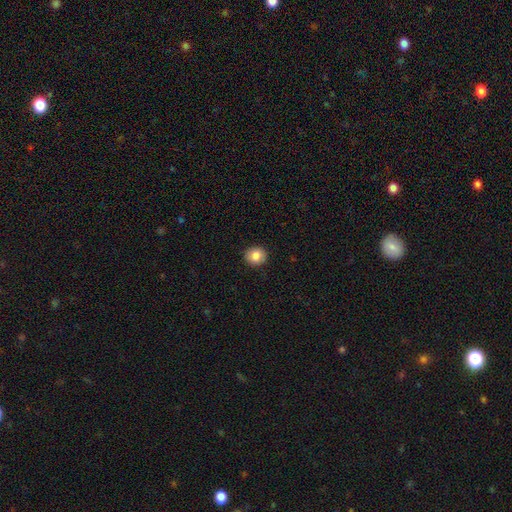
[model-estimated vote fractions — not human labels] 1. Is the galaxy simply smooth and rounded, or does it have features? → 85% smooth, 9% star or artifact, 7% featured or disk.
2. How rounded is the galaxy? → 85% round, 14% in between, 1% cigar-shaped.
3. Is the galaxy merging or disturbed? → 91% none, 6% minor disturbance, 2% major disturbance, 1% merger.